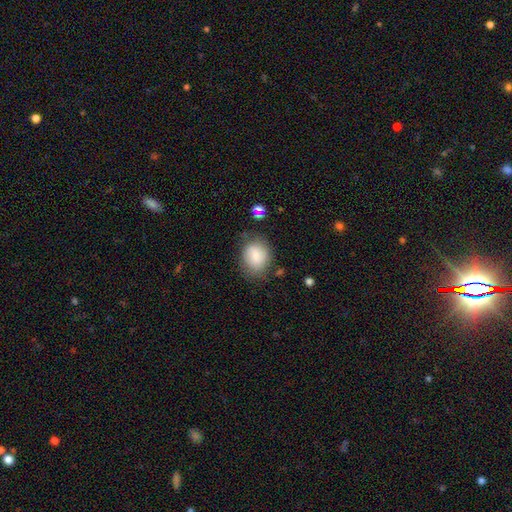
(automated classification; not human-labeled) The model was most divided on "how rounded": in between: 50%, round: 49%, cigar-shaped: 1%. More confident: smooth or featured — smooth (80%); merging — none (69%).